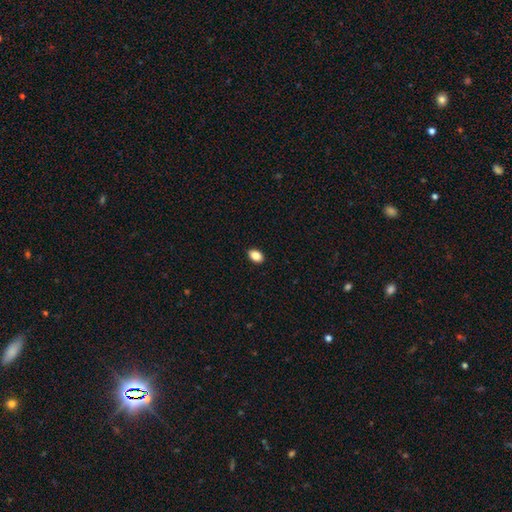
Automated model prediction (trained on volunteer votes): Morphology: type=smooth (86%); roundness=in between (85%); merging=none (90%).